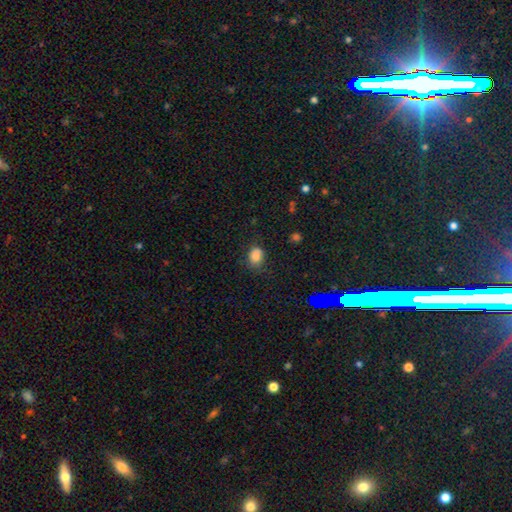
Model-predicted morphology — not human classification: Smooth or featured? Predicted: smooth (p=0.81). How rounded? Predicted: in between (p=0.63). Merging? Predicted: none (p=0.64).